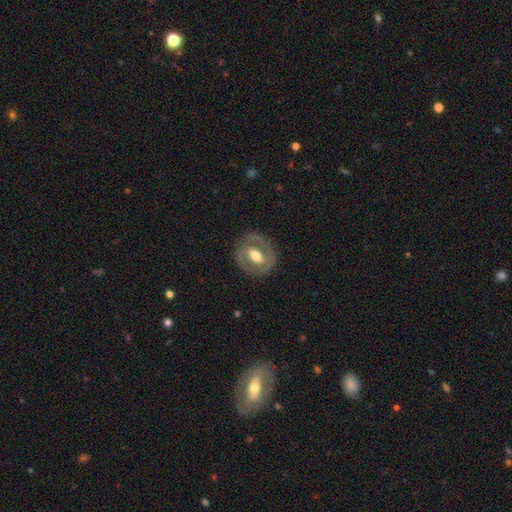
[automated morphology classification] This is likely a featured or disk galaxy (67%). It is clearly not viewed edge-on (94%). Bar: marginally weak (37%). Spiral arm pattern: possibly no (53%). Central bulge: likely moderate (71%). Merging: clearly none (81%).